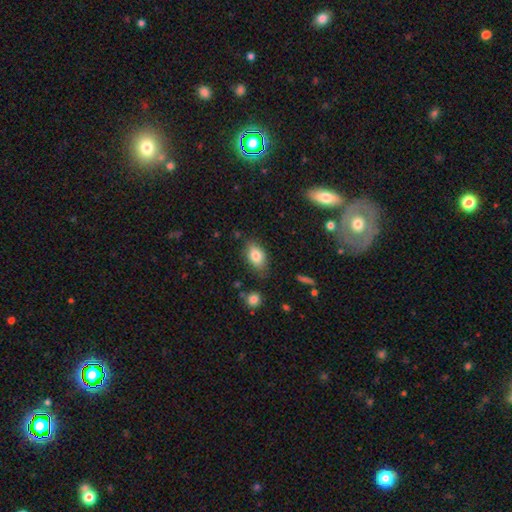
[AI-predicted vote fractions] A smooth galaxy with no disk features (81%) that is in between round and cigar-shaped (89%). Merging: none (76%).